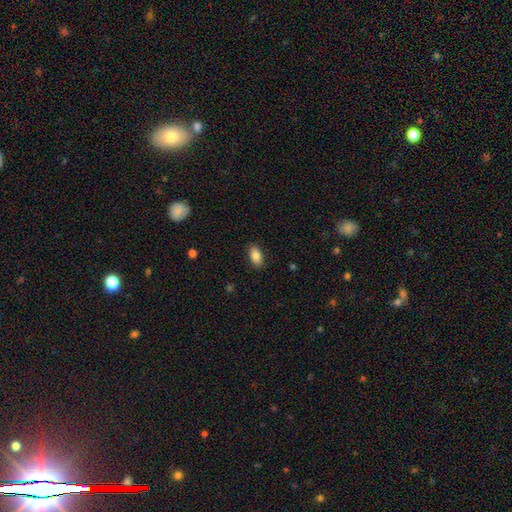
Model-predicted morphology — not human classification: smooth-or-featured: smooth: 85% | star or artifact: 8% | featured or disk: 7%
  how-rounded: in between: 92% | round: 5% | cigar-shaped: 3%
  merging: none: 88% | minor disturbance: 8% | major disturbance: 2% | merger: 1%